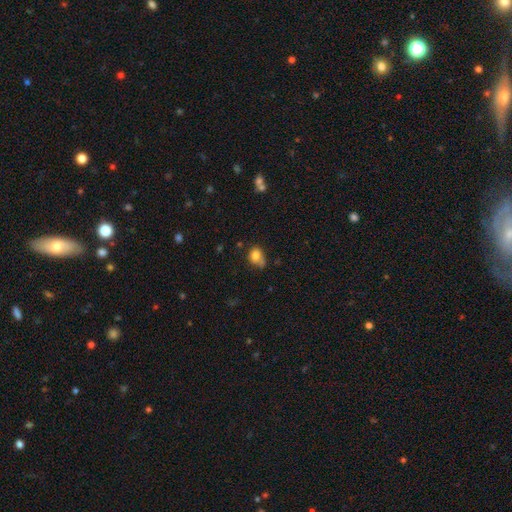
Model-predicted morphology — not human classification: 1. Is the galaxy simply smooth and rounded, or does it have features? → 80% smooth, 10% star or artifact, 10% featured or disk.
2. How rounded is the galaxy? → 57% in between, 41% round, 1% cigar-shaped.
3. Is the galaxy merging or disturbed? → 45% none, 32% minor disturbance, 12% major disturbance, 11% merger.